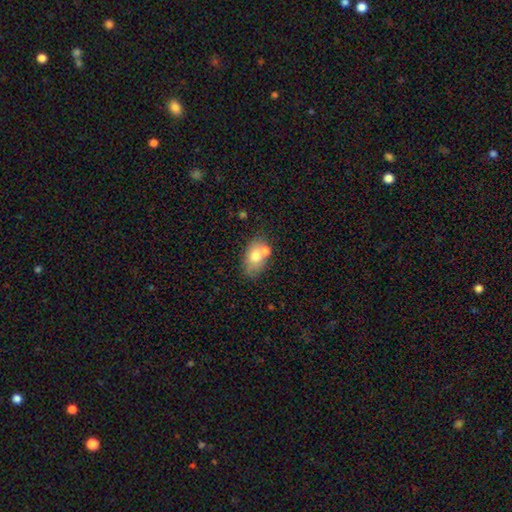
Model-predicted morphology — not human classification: A smooth galaxy with no disk features (69%) that is in between round and cigar-shaped (85%). Merging: none (52%).